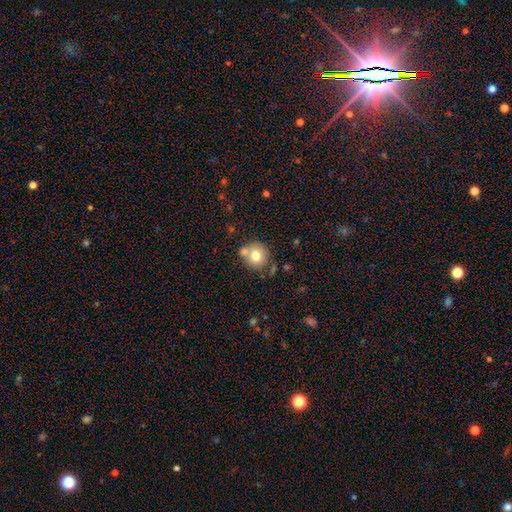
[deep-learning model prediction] A smooth galaxy with no disk features (74%) that is round (87%).

Vote fractions:
- Smooth or featured? smooth: 74% / featured or disk: 15% / star or artifact: 11%
- How rounded? round: 87% / in between: 12% / cigar-shaped: 1%
- Merging? none: 64% / merger: 23% / minor disturbance: 11% / major disturbance: 3%